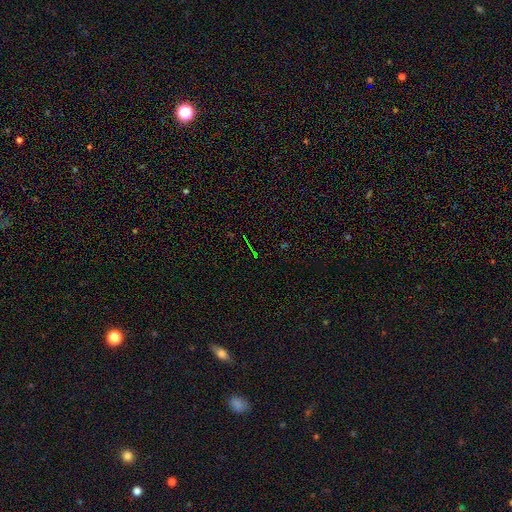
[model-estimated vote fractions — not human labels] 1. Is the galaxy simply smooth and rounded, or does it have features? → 74% star or artifact, 14% smooth, 12% featured or disk.